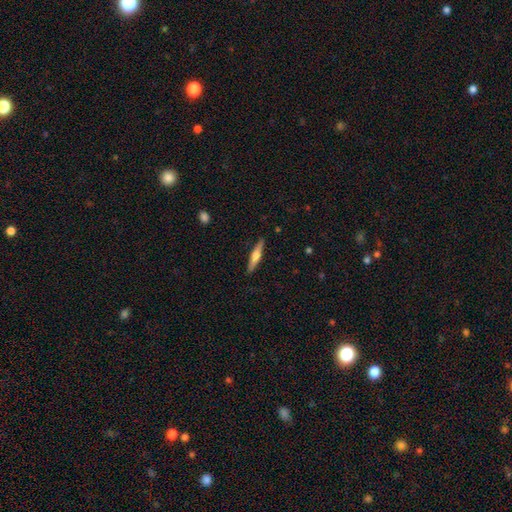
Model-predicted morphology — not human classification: smooth-or-featured: featured or disk: 55% | smooth: 40% | star or artifact: 6%
  disk-edge-on: yes: 97% | no: 3%
    edge-on-bulge: rounded: 82% | boxy: 11% | none: 7%
  merging: none: 90% | minor disturbance: 7% | major disturbance: 2% | merger: 1%